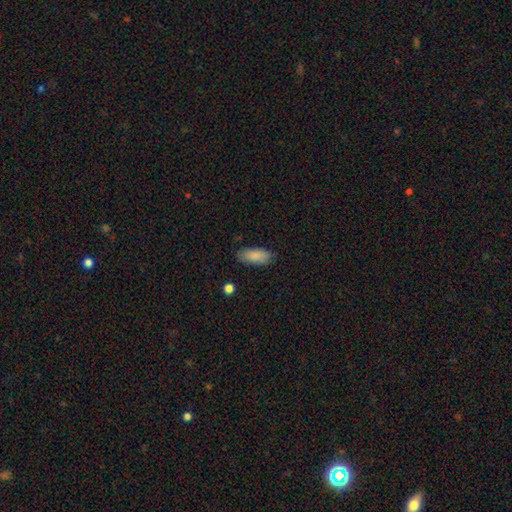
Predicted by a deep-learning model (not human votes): smooth-or-featured: smooth: 88% | star or artifact: 6% | featured or disk: 6%
  how-rounded: in between: 84% | cigar-shaped: 14% | round: 2%
  merging: none: 82% | minor disturbance: 14% | major disturbance: 3% | merger: 1%